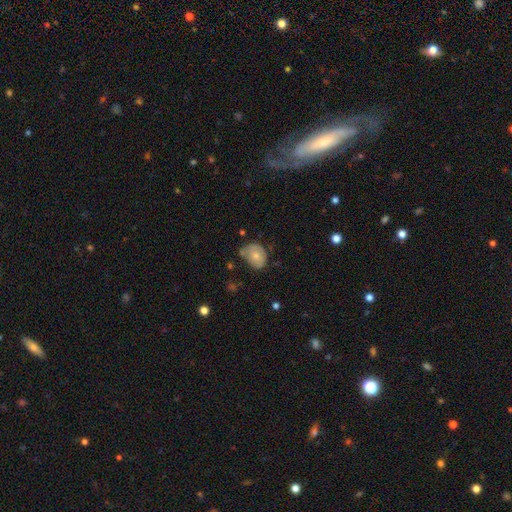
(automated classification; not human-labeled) smooth-or-featured: smooth: 68% | featured or disk: 24% | star or artifact: 8%
  how-rounded: round: 51% | in between: 48% | cigar-shaped: 1%
  merging: none: 46% | minor disturbance: 37% | major disturbance: 12% | merger: 6%